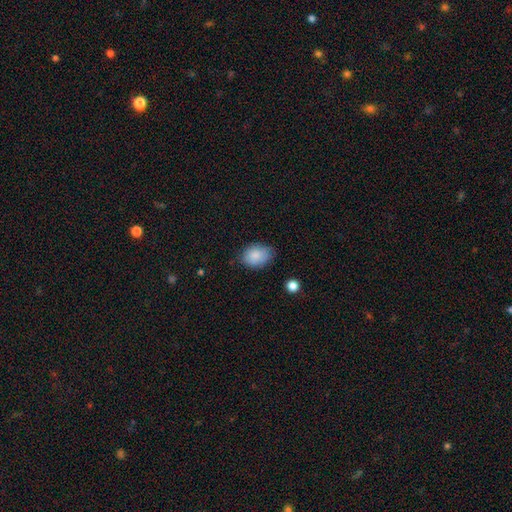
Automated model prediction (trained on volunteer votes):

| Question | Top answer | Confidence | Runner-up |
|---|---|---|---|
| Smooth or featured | smooth | 85% | star or artifact (8%) |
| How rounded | in between | 73% | round (26%) |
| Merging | none | 70% | minor disturbance (24%) |